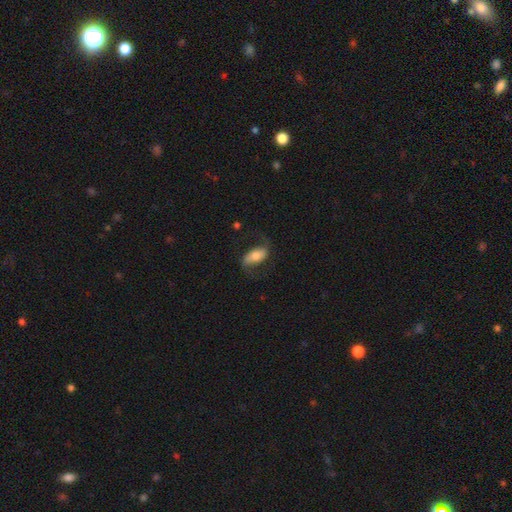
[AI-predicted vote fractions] This is possibly a featured or disk galaxy (55%). It is clearly not viewed edge-on (91%). Merging: likely none (66%).